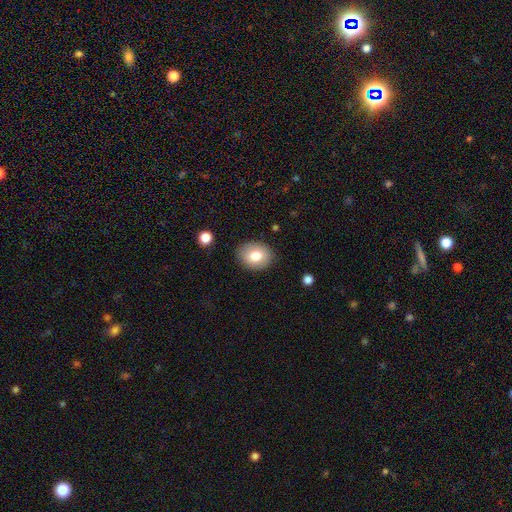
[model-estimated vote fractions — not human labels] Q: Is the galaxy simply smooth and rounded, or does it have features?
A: smooth — 80%.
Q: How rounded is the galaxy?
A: in between — 61%.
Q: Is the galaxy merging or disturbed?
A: none — 85%.